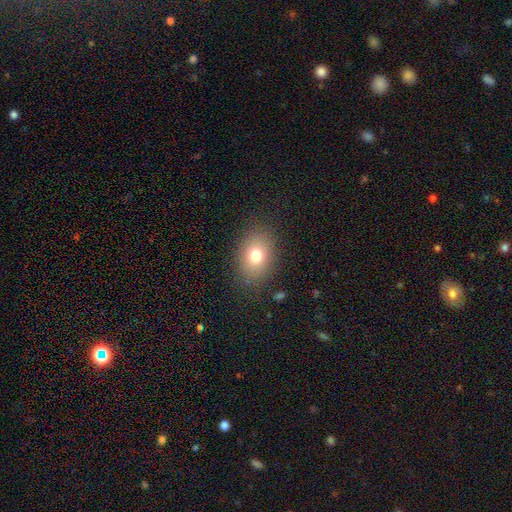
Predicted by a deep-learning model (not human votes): Q: Smooth or featured?
A: smooth (76%); runner-up: featured or disk (13%)
Q: How rounded?
A: in between (70%); runner-up: round (29%)
Q: Merging?
A: none (83%); runner-up: minor disturbance (11%)